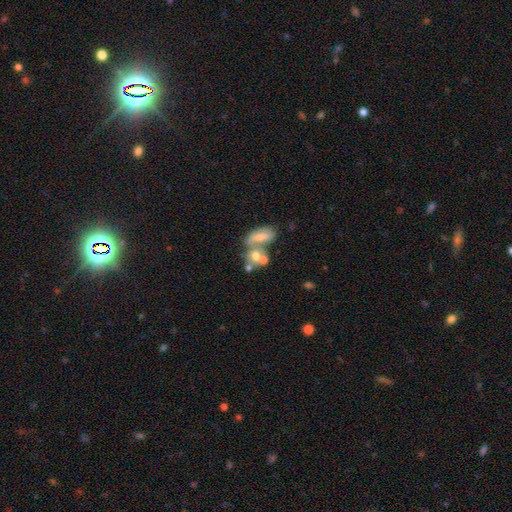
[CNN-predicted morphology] type=smooth (55%); roundness=in between (62%); merging=merger (60%).